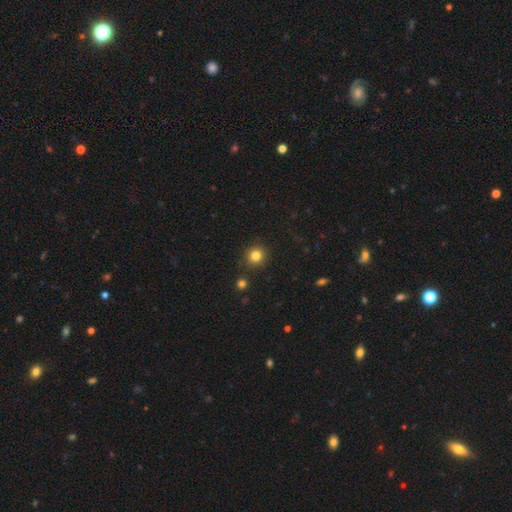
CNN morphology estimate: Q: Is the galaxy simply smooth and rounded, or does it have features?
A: smooth — 82%.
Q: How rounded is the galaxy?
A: round — 92%.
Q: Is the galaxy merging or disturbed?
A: none — 88%.